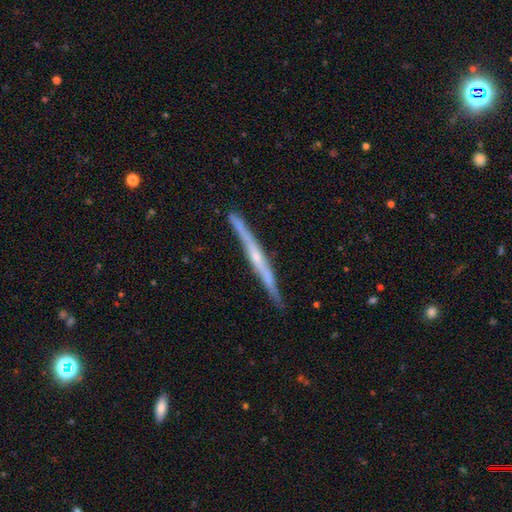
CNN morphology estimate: type=featured or disk (72%); edge-on=yes (97%); edge-on bulge=none (48%); merging=none (87%).